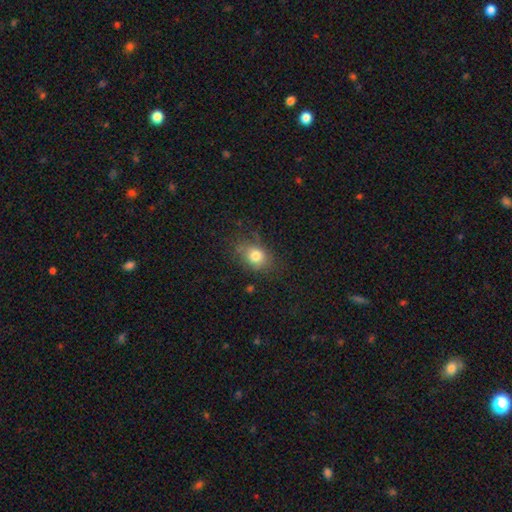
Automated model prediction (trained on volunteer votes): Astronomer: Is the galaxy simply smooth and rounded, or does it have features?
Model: smooth — 78%.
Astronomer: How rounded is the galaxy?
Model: in between — 53% (runner-up: round, 46%).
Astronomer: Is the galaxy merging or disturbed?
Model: none — 71%.